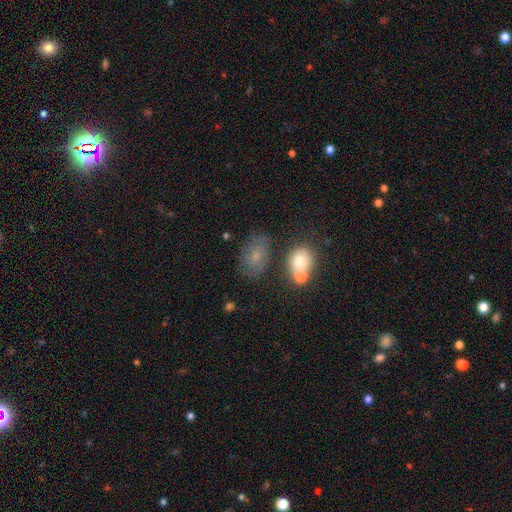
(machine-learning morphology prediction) This is likely a smooth galaxy (62%). How rounded: likely in between (79%). Merging: possibly none (57%).